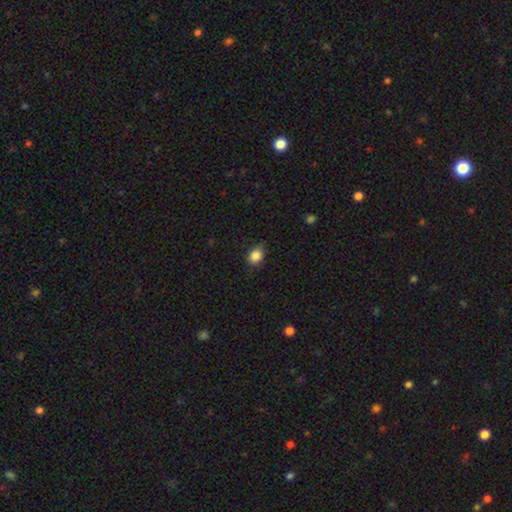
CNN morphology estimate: This is clearly a smooth galaxy (86%). How rounded: likely in between (60%). Merging: likely none (74%).